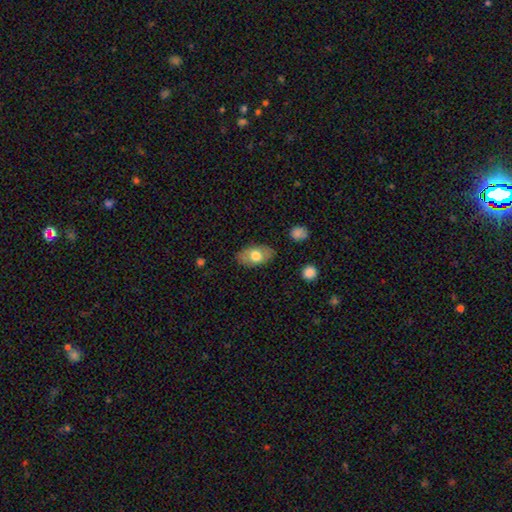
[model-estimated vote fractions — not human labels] Overall: smooth (68%). How rounded: in between (91%). Merging: none (83%).